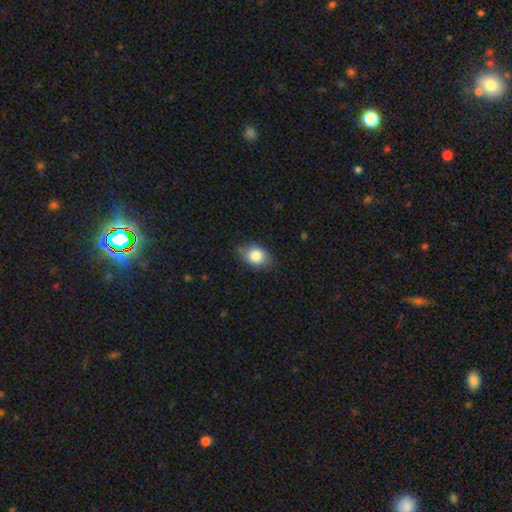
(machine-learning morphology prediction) Smooth or featured? smooth (83%)
How rounded? in between (81%)
Merging? none (80%)